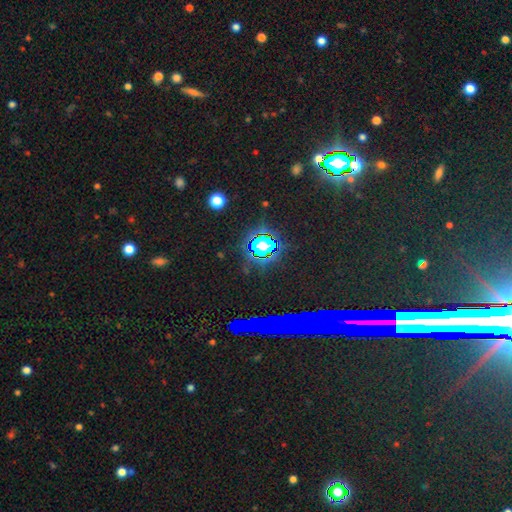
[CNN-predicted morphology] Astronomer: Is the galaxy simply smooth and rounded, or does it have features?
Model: star or artifact — 77%.